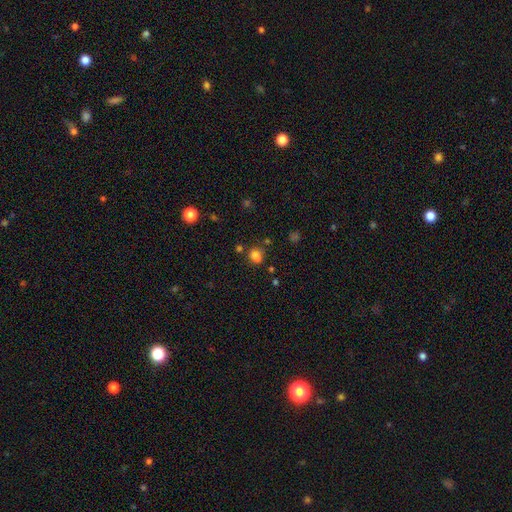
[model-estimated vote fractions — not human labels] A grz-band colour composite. It shows a smooth galaxy with no disk features (71%) that is round (54%). Merging: none (52%).